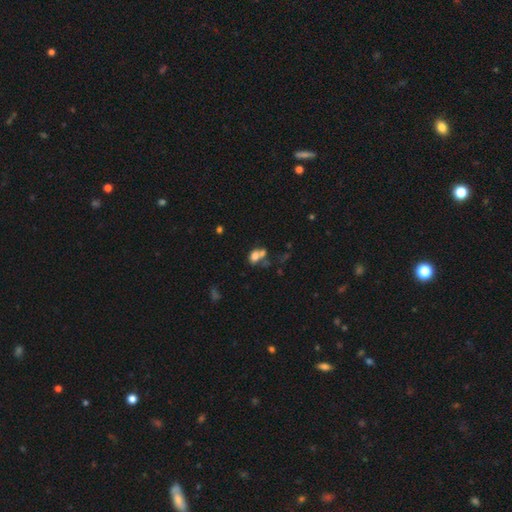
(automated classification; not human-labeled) Smooth or featured? smooth (69%)
How rounded? in between (62%)
Merging? merger (52%)